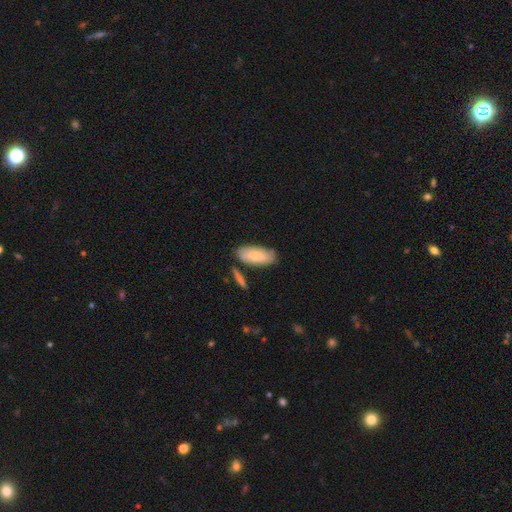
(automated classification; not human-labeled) This appears to be a smooth galaxy with no disk features (75%) that is in between round and cigar-shaped (86%). Merging: none (72%).